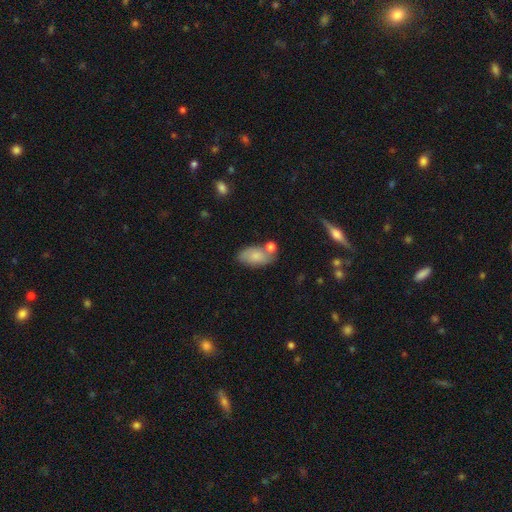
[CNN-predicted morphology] A smooth galaxy with no disk features (76%) that is in between round and cigar-shaped (92%). Merging: none (57%).